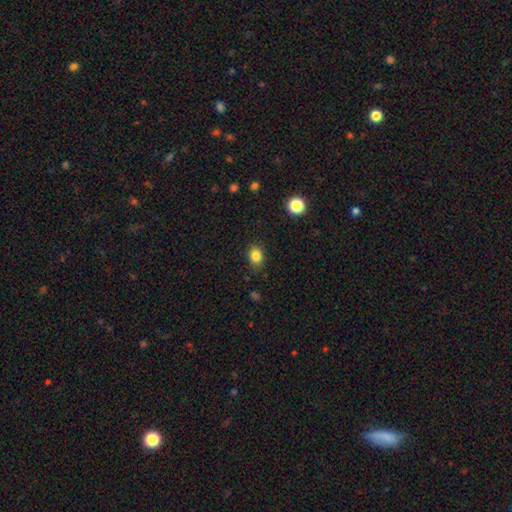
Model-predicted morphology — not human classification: A smooth galaxy with no disk features (83%) that is in between round and cigar-shaped (54%).

Vote fractions:
- Smooth or featured? smooth: 83% / star or artifact: 11% / featured or disk: 5%
- How rounded? in between: 54% / round: 45% / cigar-shaped: 1%
- Merging? none: 83% / minor disturbance: 13% / major disturbance: 3% / merger: 1%